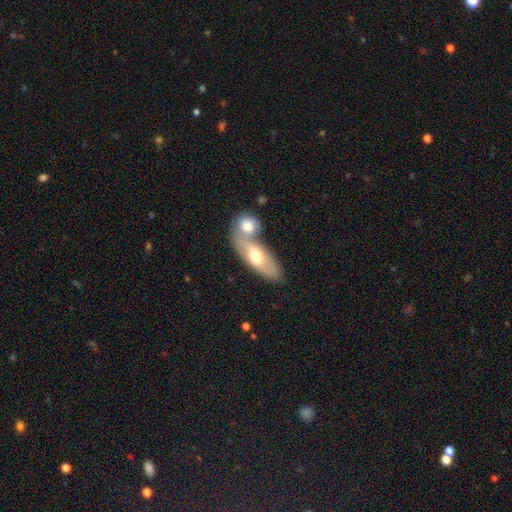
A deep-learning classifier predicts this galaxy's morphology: This appears to be a smooth galaxy with no disk features (58%) that is in between round and cigar-shaped (71%). Merging: merger (55%).